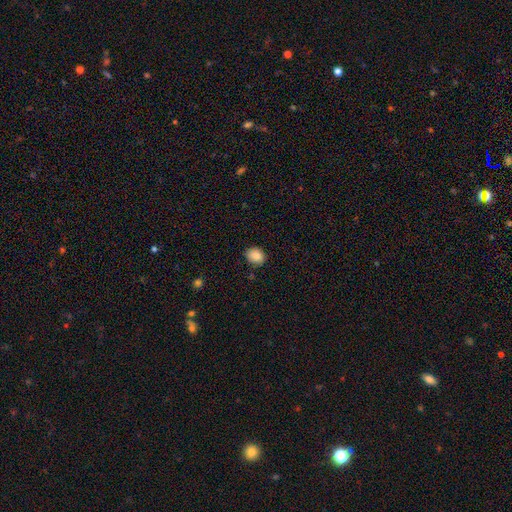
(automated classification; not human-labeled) smooth 88%, star or artifact 8%, featured or disk 4%. Down the decision tree: how rounded — in between (53%); merging — none (81%).